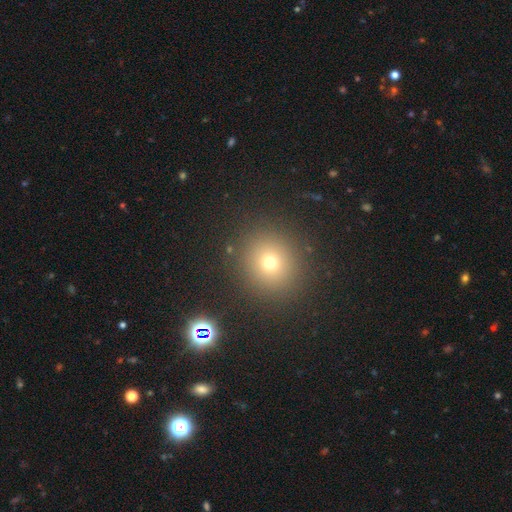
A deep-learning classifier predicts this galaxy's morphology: Smooth or featured?
  - smooth: 64% *
  - star or artifact: 27%
  - featured or disk: 9%
How rounded?
  - round: 90% *
  - in between: 9%
  - cigar-shaped: 1%
Merging?
  - none: 90% *
  - minor disturbance: 5%
  - major disturbance: 3%
  - merger: 2%